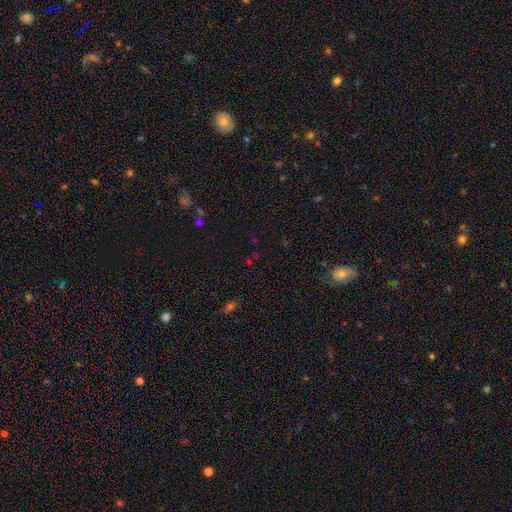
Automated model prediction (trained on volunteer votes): The model was most divided on "smooth or featured": star or artifact: 58%, smooth: 34%, featured or disk: 8%.